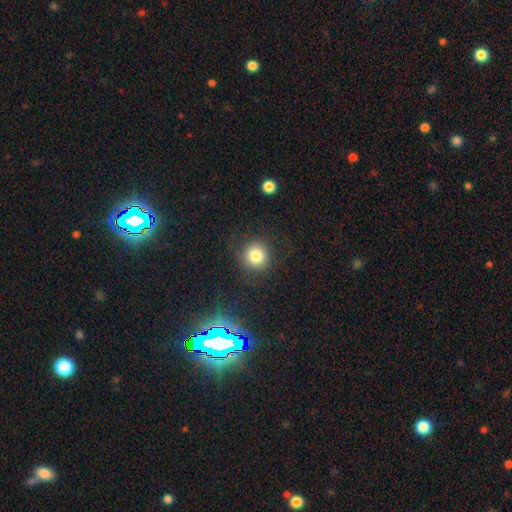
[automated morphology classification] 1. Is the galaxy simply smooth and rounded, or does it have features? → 78% smooth, 13% star or artifact, 9% featured or disk.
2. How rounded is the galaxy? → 93% round, 6% in between, 1% cigar-shaped.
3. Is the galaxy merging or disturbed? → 83% none, 10% minor disturbance, 6% major disturbance, 2% merger.